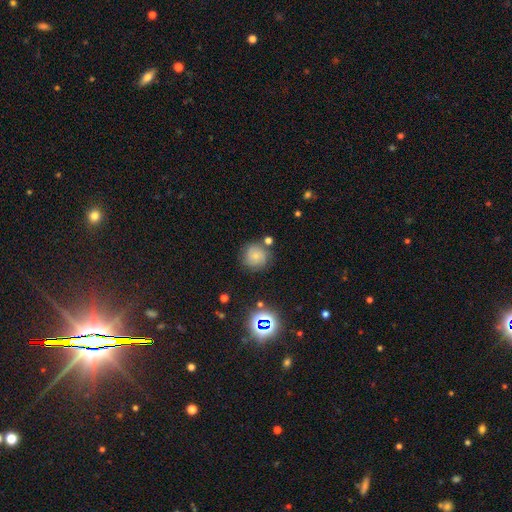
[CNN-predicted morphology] type=smooth (54%); roundness=round (91%); merging=none (74%).